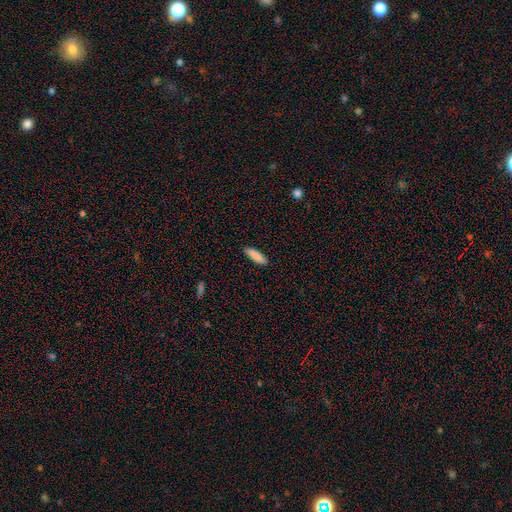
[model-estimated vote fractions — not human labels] Smooth or featured?
  - smooth: 88% *
  - star or artifact: 6%
  - featured or disk: 6%
How rounded?
  - cigar-shaped: 58% *
  - in between: 41%
  - round: 1%
Merging?
  - none: 89% *
  - minor disturbance: 8%
  - major disturbance: 2%
  - merger: 1%